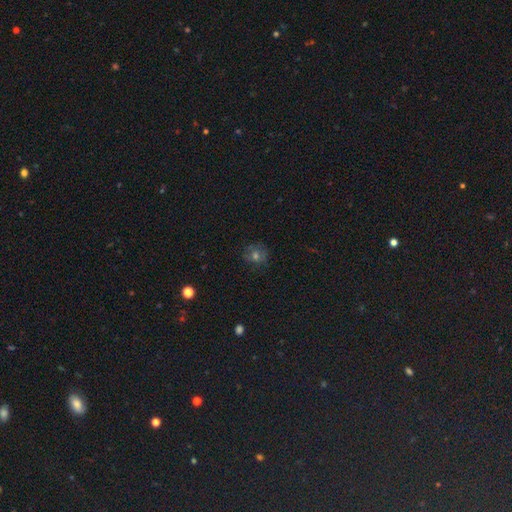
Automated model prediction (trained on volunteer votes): Smooth or featured?
  - smooth: 52% *
  - star or artifact: 27%
  - featured or disk: 21%
How rounded?
  - round: 87% *
  - in between: 12%
  - cigar-shaped: 1%
Merging?
  - none: 81% *
  - minor disturbance: 13%
  - major disturbance: 5%
  - merger: 1%